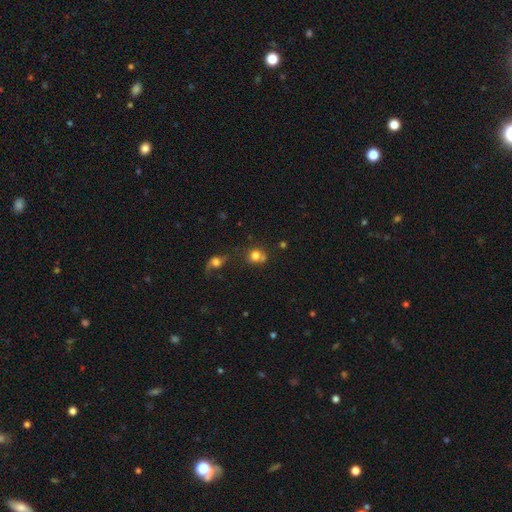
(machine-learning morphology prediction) type=smooth (75%); roundness=round (81%); merging=none (52%).